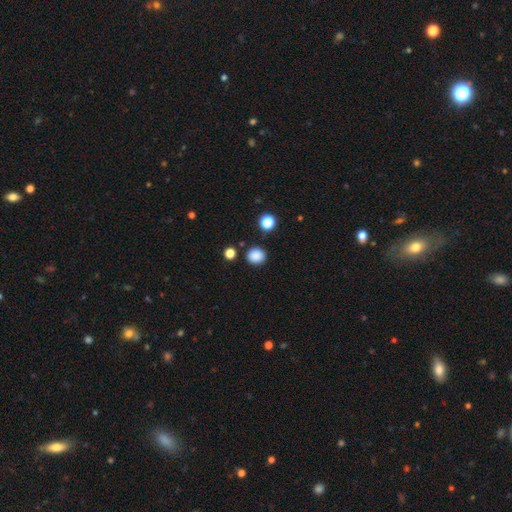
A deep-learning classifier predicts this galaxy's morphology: A smooth galaxy with no disk features (86%) that is round (80%). Merging: none (87%).